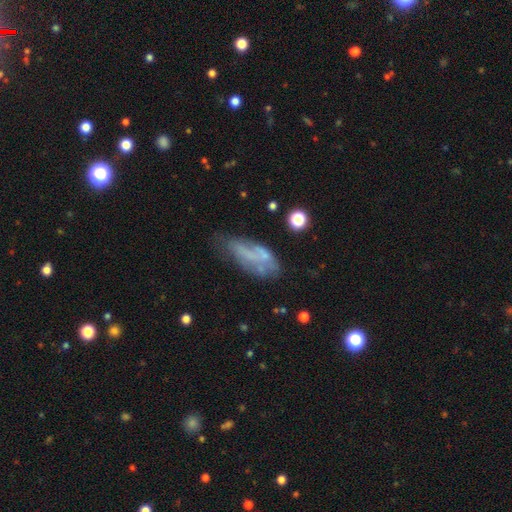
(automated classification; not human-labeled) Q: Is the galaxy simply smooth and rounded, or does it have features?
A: featured or disk — 44%, tied with smooth.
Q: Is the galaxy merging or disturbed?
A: none — 38%.